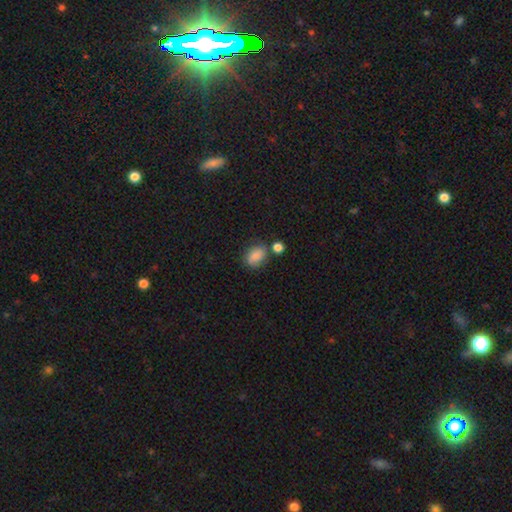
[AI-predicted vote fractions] smooth 79%, featured or disk 12%, star or artifact 9%. Down the decision tree: how rounded — in between (69%); merging — none (64%).